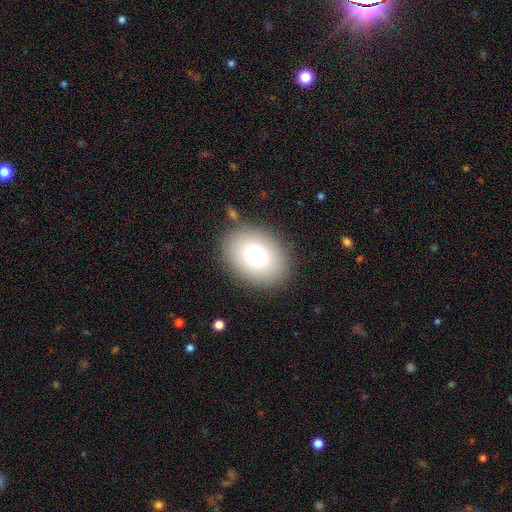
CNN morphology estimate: A smooth galaxy with no disk features (79%) that is in between round and cigar-shaped (67%). Merging: none (85%).